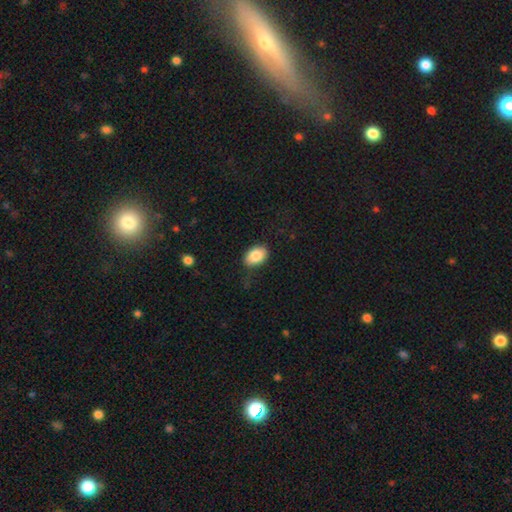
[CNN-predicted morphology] This appears to be a smooth galaxy with no disk features (85%) that is in between round and cigar-shaped (85%). Merging: none (77%).